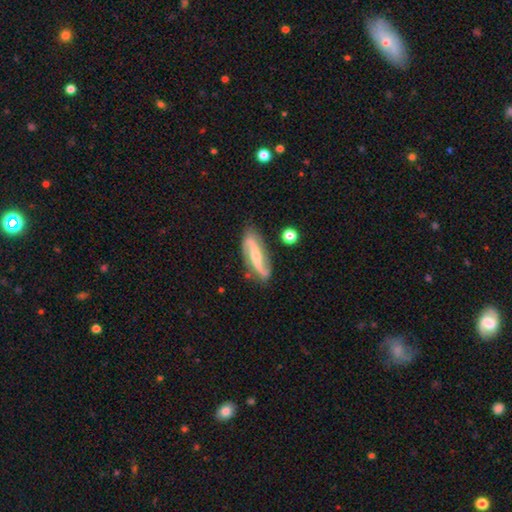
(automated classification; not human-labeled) Smooth or featured?
  - featured or disk: 82% *
  - smooth: 13%
  - star or artifact: 5%
Edge-on disk?
  - no: 90% *
  - yes: 10%
Bar?
  - weak: 35% * (tied)
  - strong: 35% * (tied)
  - no: 30%
Spiral arms?
  - yes: 96% *
  - no: 4%
Spiral winding?
  - loose: 54% *
  - medium: 33%
  - tight: 13%
Spiral arm count?
  - 2: 92% *
  - can't tell: 3%
  - 1: 2%
  - 3: 1%
  - 4: 1%
  - more than 4: 1%
Bulge size?
  - small: 47% *
  - moderate: 39%
  - none: 9%
  - large: 4%
  - dominant: 1%
Merging?
  - none: 79% *
  - minor disturbance: 15%
  - major disturbance: 4%
  - merger: 3%